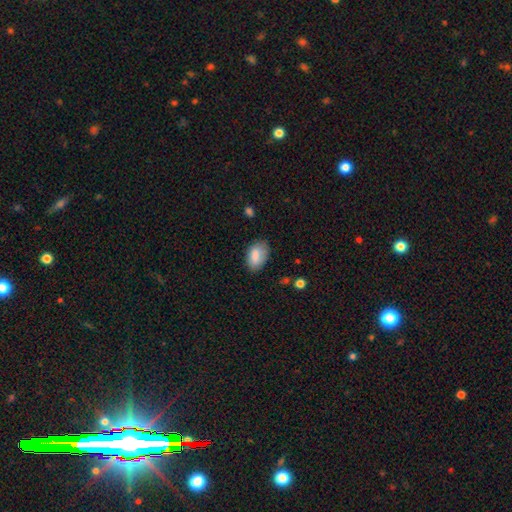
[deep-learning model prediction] Smooth or featured? Predicted: smooth (p=0.83). How rounded? Predicted: in between (p=0.92). Merging? Predicted: none (p=0.72).